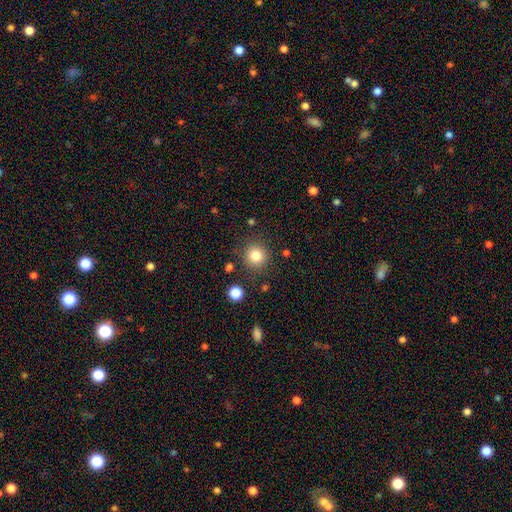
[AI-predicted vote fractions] smooth 83%, star or artifact 11%, featured or disk 6%. Down the decision tree: how rounded — round (93%); merging — none (86%).